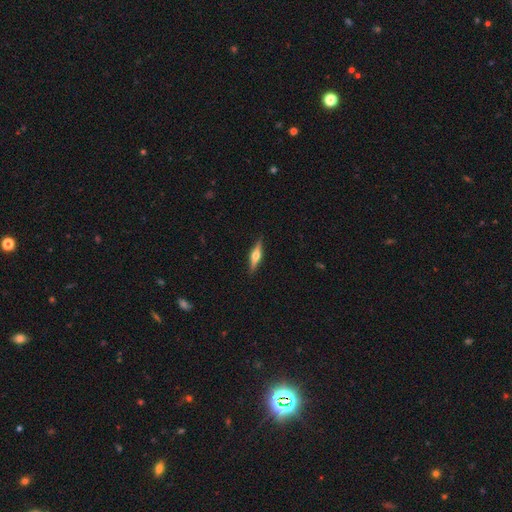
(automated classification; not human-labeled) Smooth or featured: featured or disk — 66% (smooth — 28%)
Edge-on disk: yes — 97% (no — 3%)
Edge-on bulge: rounded — 93% (boxy — 4%)
Merging: none — 90% (minor disturbance — 7%)